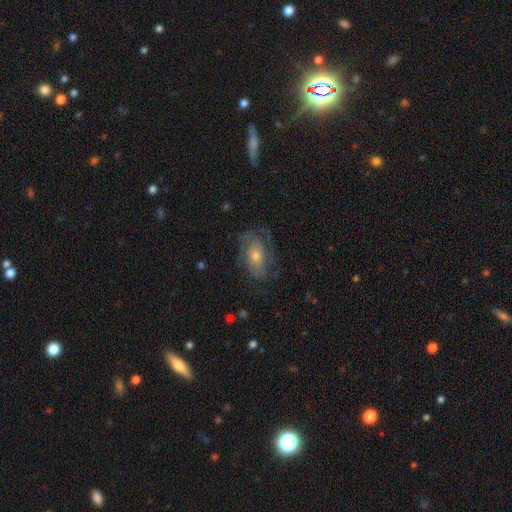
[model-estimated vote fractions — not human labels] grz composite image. It shows a featured or disk galaxy (65%) with no bar (73%), spiral arms (79%) and a moderate central bulge (46%). Merging: none (63%).